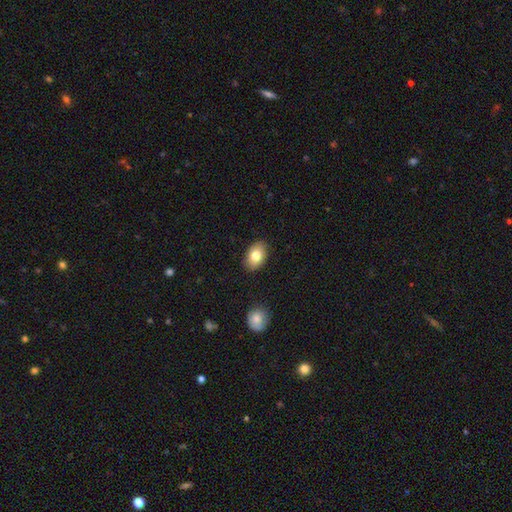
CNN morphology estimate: smooth-or-featured: smooth: 80% | featured or disk: 12% | star or artifact: 8%
  how-rounded: in between: 86% | round: 13% | cigar-shaped: 1%
  merging: none: 87% | minor disturbance: 9% | major disturbance: 2% | merger: 1%